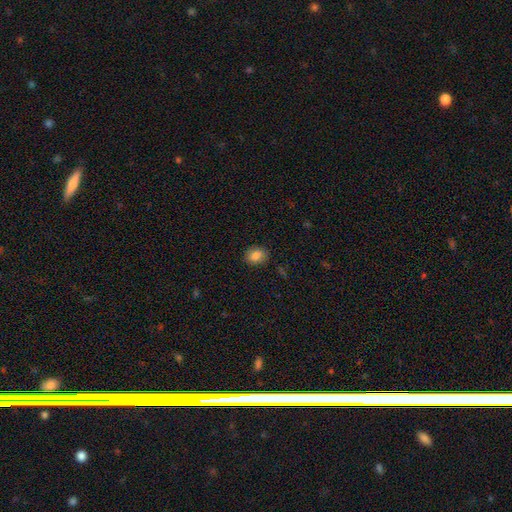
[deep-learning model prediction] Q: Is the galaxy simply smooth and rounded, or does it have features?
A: smooth — 84%.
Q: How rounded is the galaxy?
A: in between — 52%.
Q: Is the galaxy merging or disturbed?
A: none — 88%.